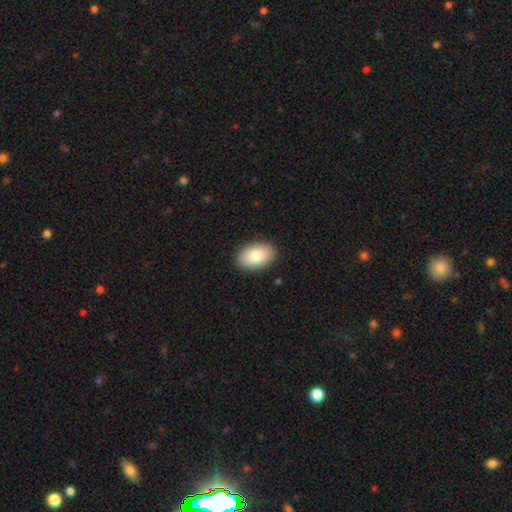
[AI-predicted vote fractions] smooth_or_featured: smooth (p=0.83) [alt: featured or disk p=0.10]
how_rounded: in between (p=0.92) [alt: round p=0.07]
merging: none (p=0.90) [alt: minor disturbance p=0.08]